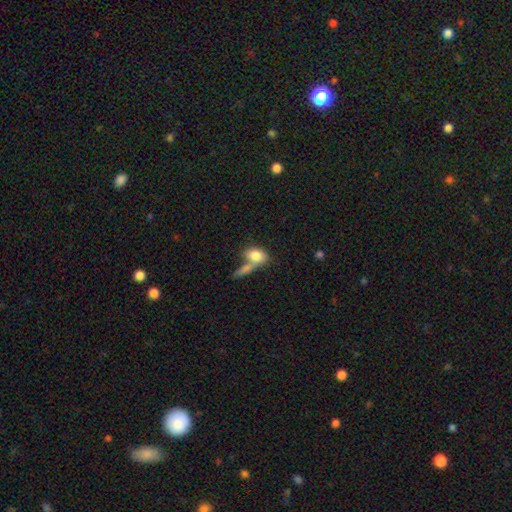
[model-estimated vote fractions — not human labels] smooth_or_featured: smooth (p=0.80) [alt: featured or disk p=0.13]
how_rounded: in between (p=0.82) [alt: round p=0.13]
merging: merger (p=0.48) [alt: none p=0.34]